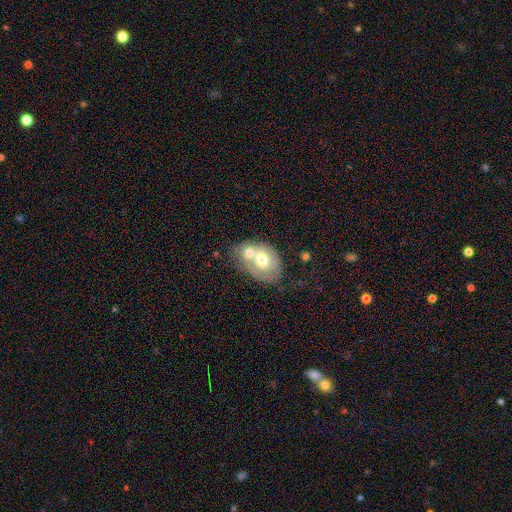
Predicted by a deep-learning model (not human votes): The model was most divided on "smooth or featured" (2-way tie): featured or disk: 47%, smooth: 47%, star or artifact: 7%. More confident: merging — merger (64%).